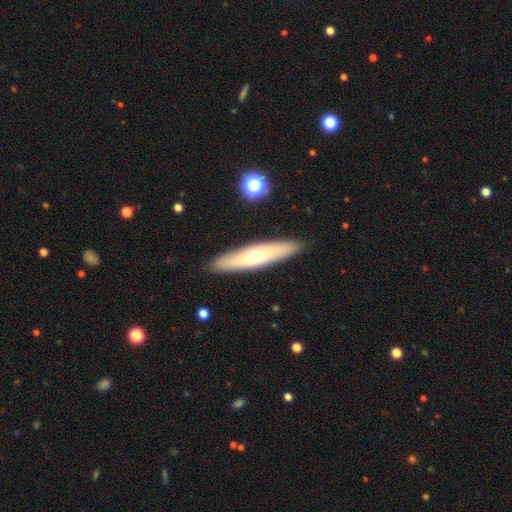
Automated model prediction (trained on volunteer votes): Q: Smooth or featured?
A: featured or disk (52%); runner-up: smooth (42%)
Q: Edge-on disk?
A: yes (76%); runner-up: no (24%)
Q: Merging?
A: none (90%); runner-up: minor disturbance (7%)